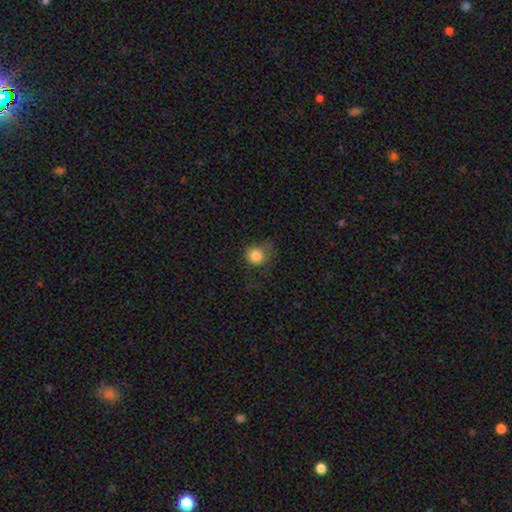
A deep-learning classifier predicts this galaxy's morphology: A smooth galaxy with no disk features (84%) that is round (85%). Merging: none (59%).